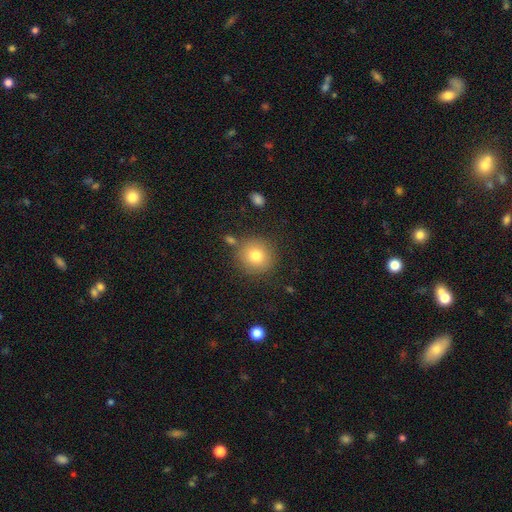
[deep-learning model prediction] This is likely a smooth galaxy (78%). How rounded: clearly round (92%). Merging: clearly none (82%).